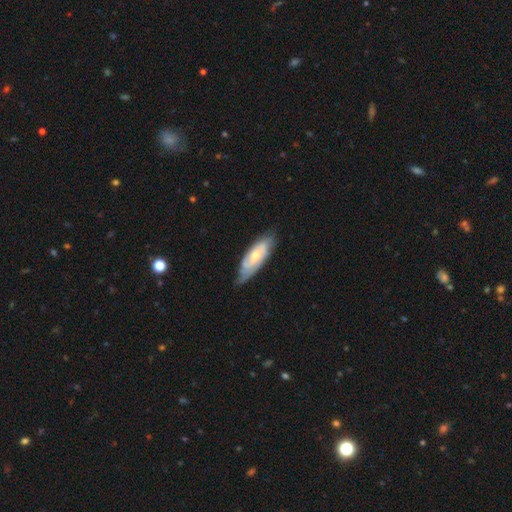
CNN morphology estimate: Smooth or featured?
  - featured or disk: 66% *
  - smooth: 28%
  - star or artifact: 5%
Edge-on disk?
  - no: 82% *
  - yes: 18%
Bar?
  - no: 61% *
  - weak: 32%
  - strong: 7%
Spiral arms?
  - yes: 86% *
  - no: 14%
Bulge size?
  - moderate: 55% *
  - small: 38%
  - large: 4%
  - none: 2%
  - dominant: 1%
Merging?
  - none: 66% *
  - minor disturbance: 26%
  - major disturbance: 6%
  - merger: 1%